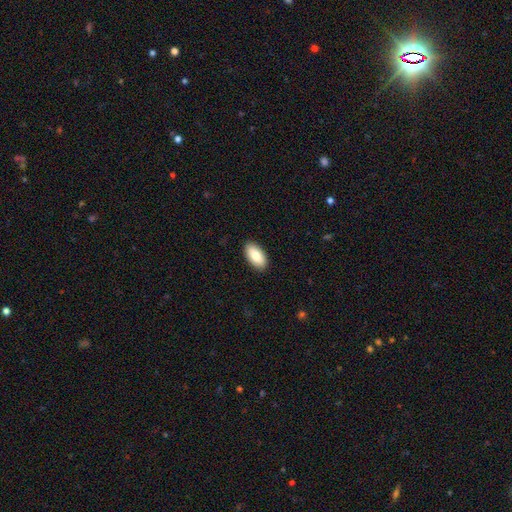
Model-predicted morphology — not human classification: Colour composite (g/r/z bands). It shows a smooth galaxy with no disk features (84%) that is in between round and cigar-shaped (95%). Merging: none (90%).